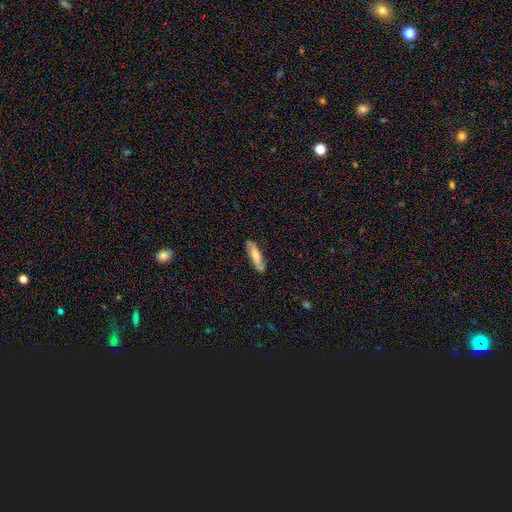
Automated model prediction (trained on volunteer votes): Q: Smooth or featured?
A: smooth (63%); runner-up: featured or disk (32%)
Q: How rounded?
A: cigar-shaped (68%); runner-up: in between (31%)
Q: Merging?
A: none (83%); runner-up: minor disturbance (13%)